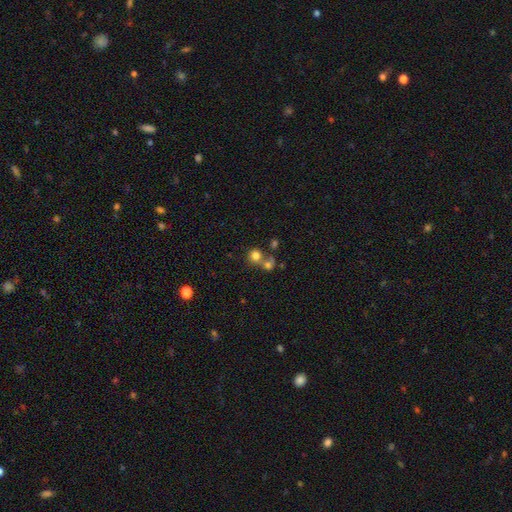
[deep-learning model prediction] A smooth galaxy with no disk features (75%) that is round (85%).

Vote fractions:
- Smooth or featured? smooth: 75% / star or artifact: 14% / featured or disk: 12%
- How rounded? round: 85% / in between: 14% / cigar-shaped: 1%
- Merging? merger: 45% / none: 44% / minor disturbance: 7% / major disturbance: 5%